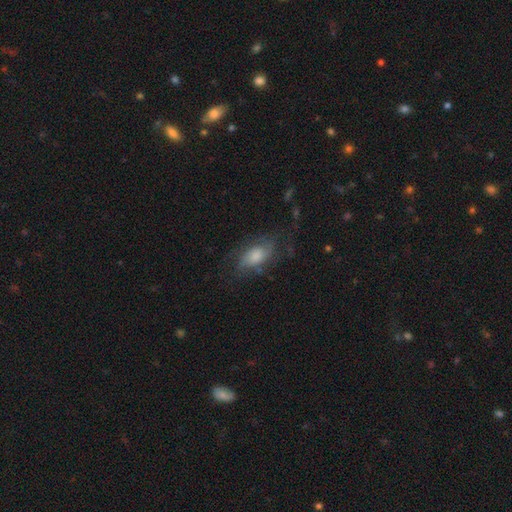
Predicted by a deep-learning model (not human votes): A featured or disk galaxy (54%).

Vote fractions:
- Smooth or featured? featured or disk: 54% / smooth: 36% / star or artifact: 10%
- Edge-on disk? no: 91% / yes: 9%
- Merging? none: 60% / minor disturbance: 21% / major disturbance: 17% / merger: 2%